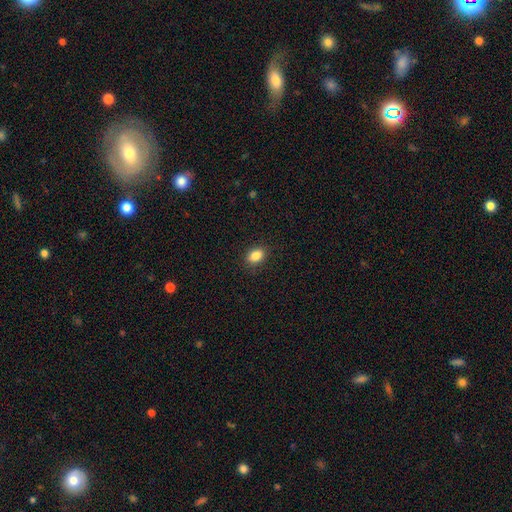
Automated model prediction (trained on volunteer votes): Smooth or featured? Predicted: smooth (p=0.86). How rounded? Predicted: in between (p=0.76). Merging? Predicted: none (p=0.89).